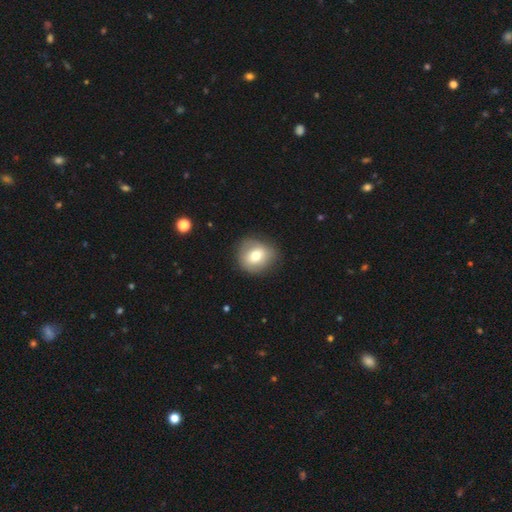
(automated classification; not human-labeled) Smooth or featured? Predicted: smooth (p=0.69). How rounded? Predicted: round (p=0.81). Merging? Predicted: none (p=0.81).